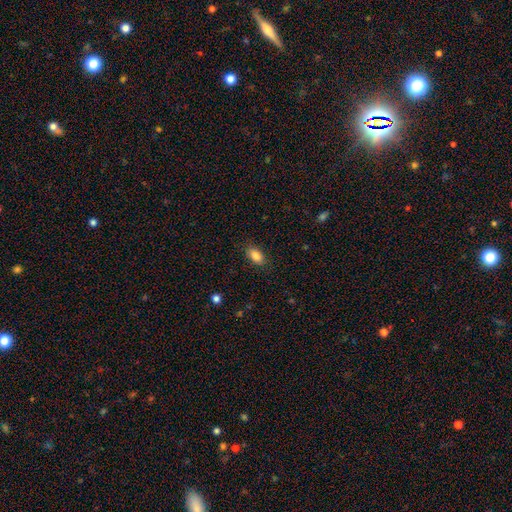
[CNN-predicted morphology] The model was most divided on "merging": none: 86%, minor disturbance: 10%, major disturbance: 3%, merger: 1%. More confident: how rounded — in between (91%); smooth or featured — smooth (87%).